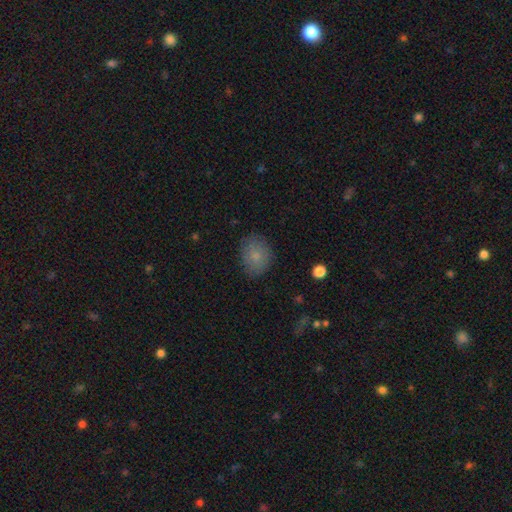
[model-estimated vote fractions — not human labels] Smooth or featured? smooth (81%)
How rounded? in between (54%)
Merging? none (81%)